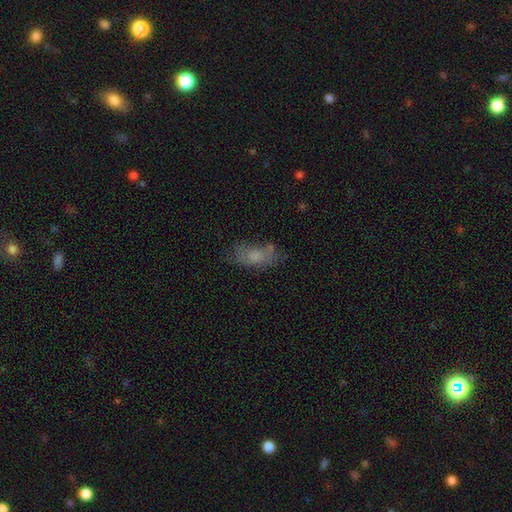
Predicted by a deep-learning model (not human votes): A smooth galaxy with no disk features (62%) that is in between round and cigar-shaped (81%). Merging: none (50%).